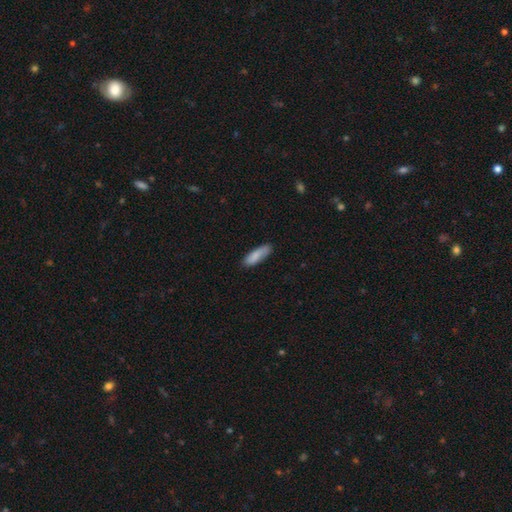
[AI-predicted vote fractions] The model was most divided on "how rounded": cigar-shaped: 50%, in between: 48%, round: 2%. More confident: smooth or featured — smooth (85%); merging — none (80%).